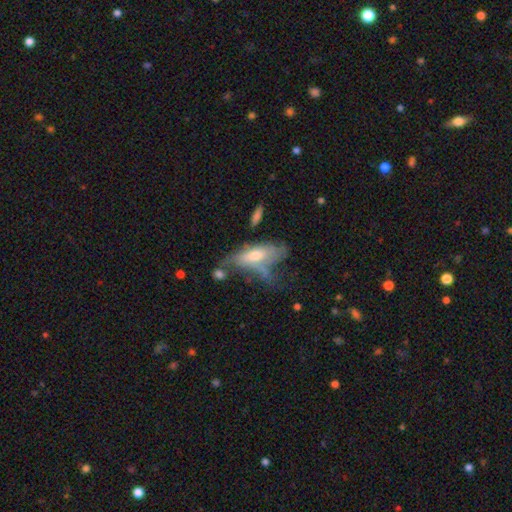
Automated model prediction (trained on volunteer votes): This appears to be a smooth galaxy with no disk features (47%). Merging: major disturbance (30%).